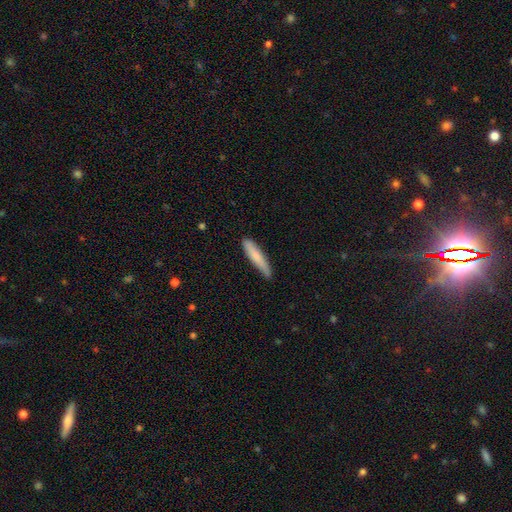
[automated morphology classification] Smooth or featured: smooth — 77% (featured or disk — 18%)
How rounded: cigar-shaped — 89% (in between — 9%)
Merging: none — 80% (minor disturbance — 17%)